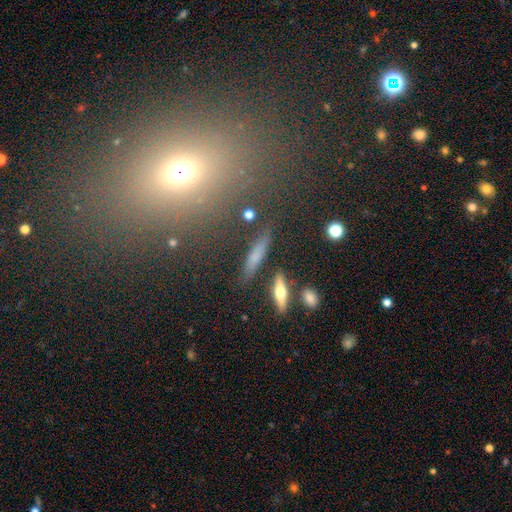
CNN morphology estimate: Overall: smooth (55%; featured or disk 34%). How rounded: cigar-shaped (78%). Merging: none (79%).